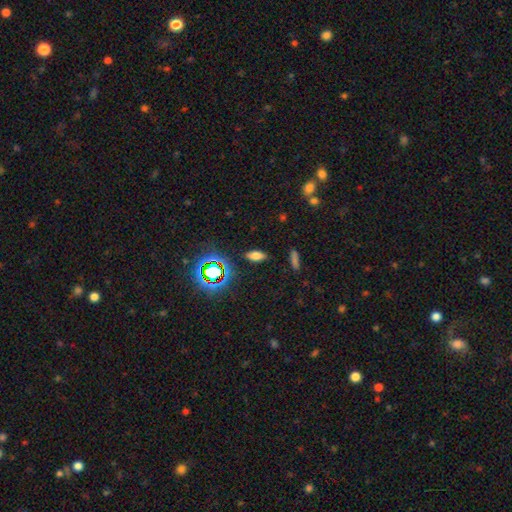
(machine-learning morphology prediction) type=smooth (66%); roundness=in between (76%); merging=none (87%).